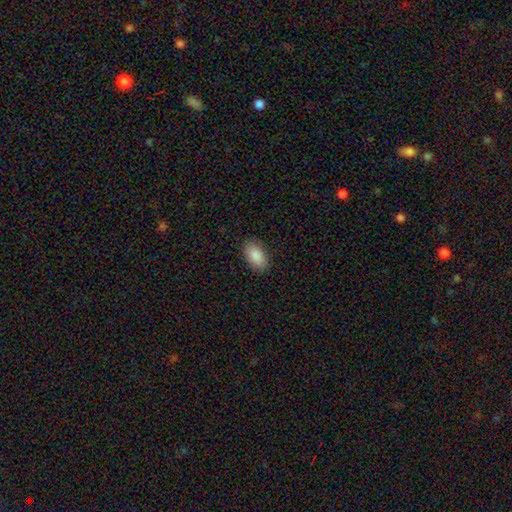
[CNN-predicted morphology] The model was most divided on "merging": none: 87%, minor disturbance: 10%, major disturbance: 2%, merger: 1%. More confident: how rounded — in between (94%); smooth or featured — smooth (89%).